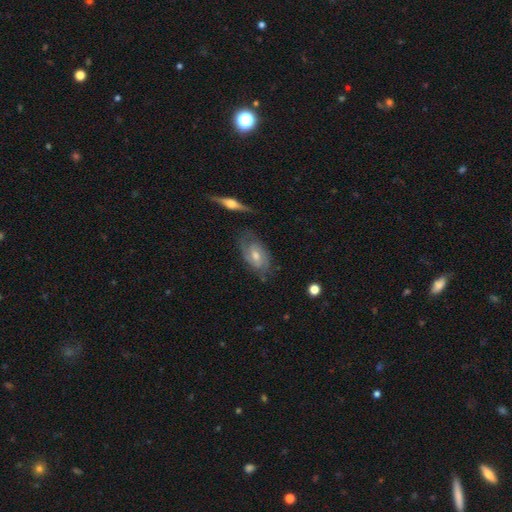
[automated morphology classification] Smooth or featured: featured or disk — 71% (smooth — 20%)
Edge-on disk: no — 89% (yes — 11%)
Bar: no — 56% (weak — 37%)
Spiral arms: yes — 88% (no — 12%)
Spiral winding: tight — 52% (medium — 36%)
Spiral arm count: 2 — 52% (can't tell — 31%)
Bulge size: moderate — 55% (small — 38%)
Merging: none — 72% (minor disturbance — 19%)